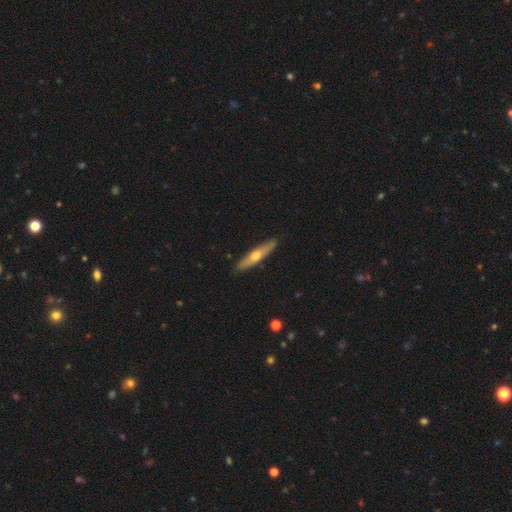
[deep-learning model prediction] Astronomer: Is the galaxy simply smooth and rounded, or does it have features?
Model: featured or disk — 49% (runner-up: smooth, 45%).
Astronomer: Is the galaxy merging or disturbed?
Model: none — 90%.